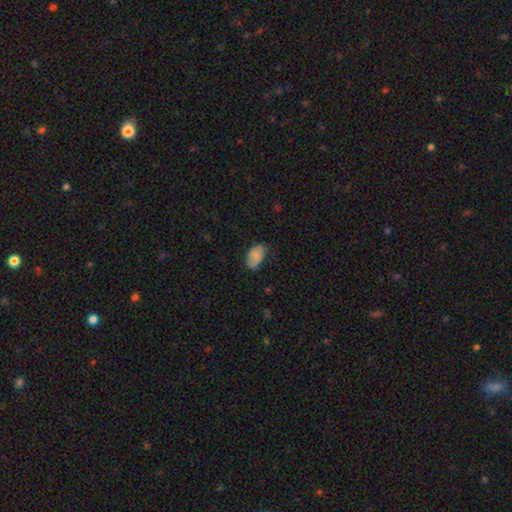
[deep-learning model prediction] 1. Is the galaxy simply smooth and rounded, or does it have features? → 69% smooth, 24% featured or disk, 7% star or artifact.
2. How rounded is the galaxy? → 91% in between, 7% round, 1% cigar-shaped.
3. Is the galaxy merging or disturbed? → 58% none, 33% minor disturbance, 7% major disturbance, 2% merger.